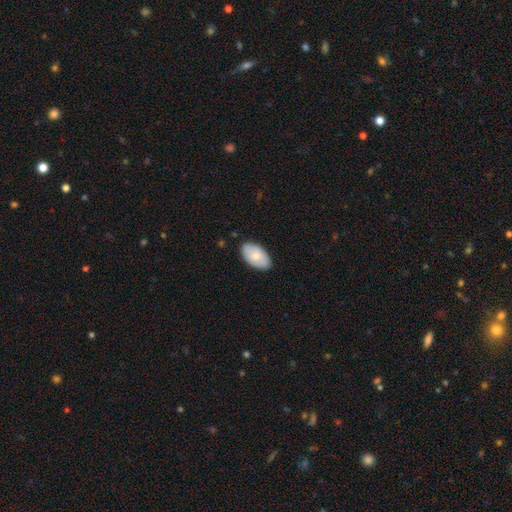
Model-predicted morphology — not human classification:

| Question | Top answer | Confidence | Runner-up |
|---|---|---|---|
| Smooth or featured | smooth | 75% | featured or disk (19%) |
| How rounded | in between | 95% | round (4%) |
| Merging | none | 86% | minor disturbance (11%) |